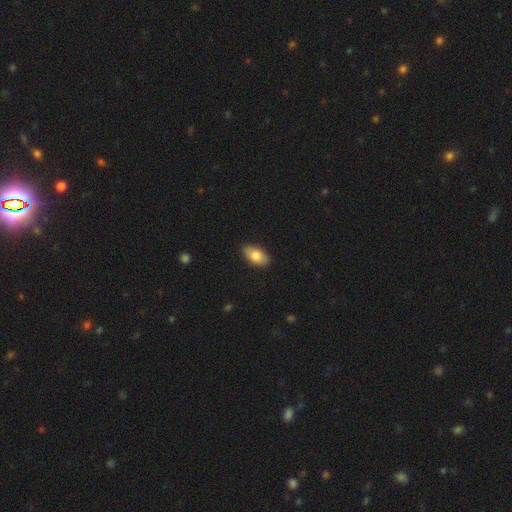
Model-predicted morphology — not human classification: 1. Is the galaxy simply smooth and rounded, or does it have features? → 81% smooth, 13% featured or disk, 7% star or artifact.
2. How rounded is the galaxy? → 92% in between, 5% round, 3% cigar-shaped.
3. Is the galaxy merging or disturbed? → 87% none, 10% minor disturbance, 2% major disturbance, 1% merger.